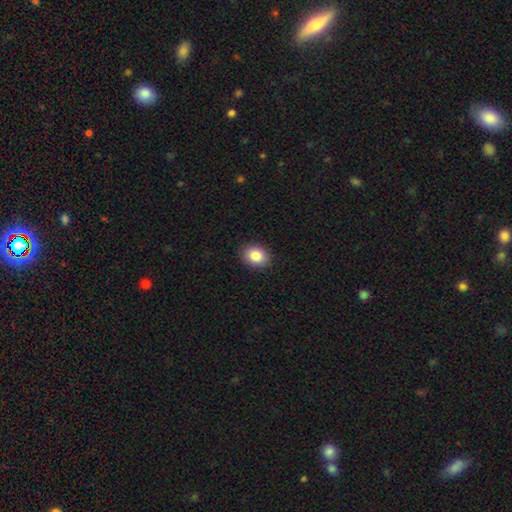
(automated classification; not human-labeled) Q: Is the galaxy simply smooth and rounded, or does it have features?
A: smooth — 86%.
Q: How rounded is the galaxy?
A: in between — 51%.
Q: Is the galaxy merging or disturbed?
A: none — 89%.